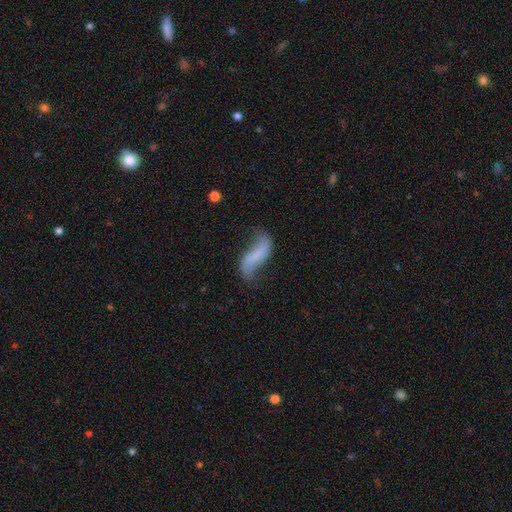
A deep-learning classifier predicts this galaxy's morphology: Smooth or featured? featured or disk (59%)
Edge-on disk? no (91%)
Bar? no (38%)
Spiral arms? yes (81%)
Bulge size? none (71%)
Merging? none (54%)